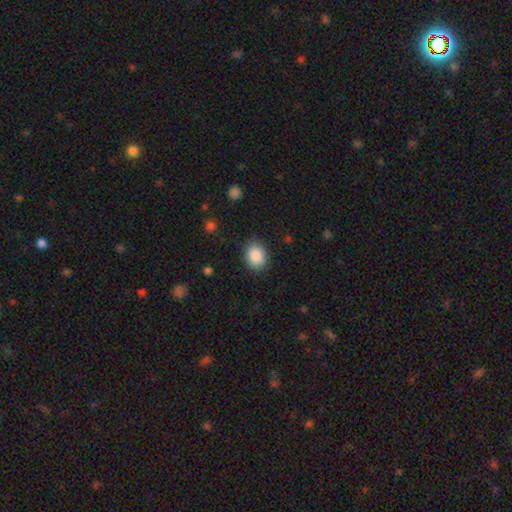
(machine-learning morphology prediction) smooth-or-featured: smooth: 89% | star or artifact: 8% | featured or disk: 4%
  how-rounded: in between: 56% | round: 44% | cigar-shaped: 1%
  merging: none: 87% | minor disturbance: 9% | major disturbance: 3% | merger: 1%